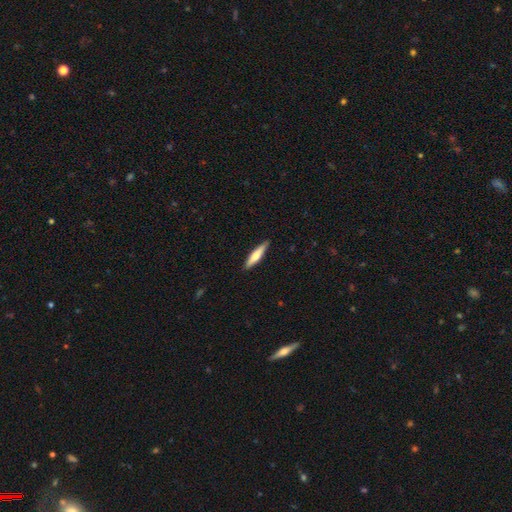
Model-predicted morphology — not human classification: Q: Smooth or featured?
A: smooth (54%); runner-up: featured or disk (40%)
Q: How rounded?
A: cigar-shaped (84%); runner-up: in between (15%)
Q: Merging?
A: none (89%); runner-up: minor disturbance (8%)